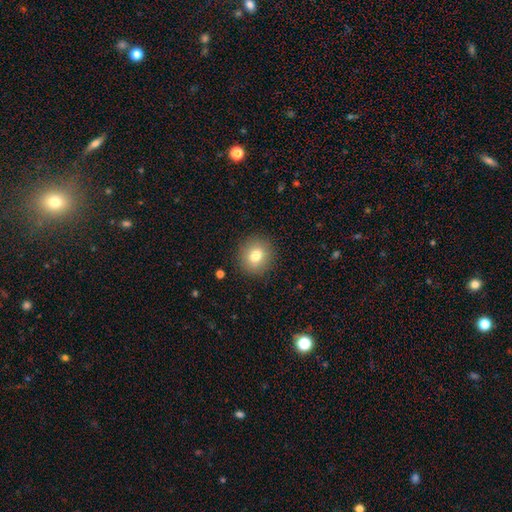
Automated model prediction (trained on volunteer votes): This appears to be a smooth galaxy with no disk features (78%) that is round (87%). Merging: none (90%).